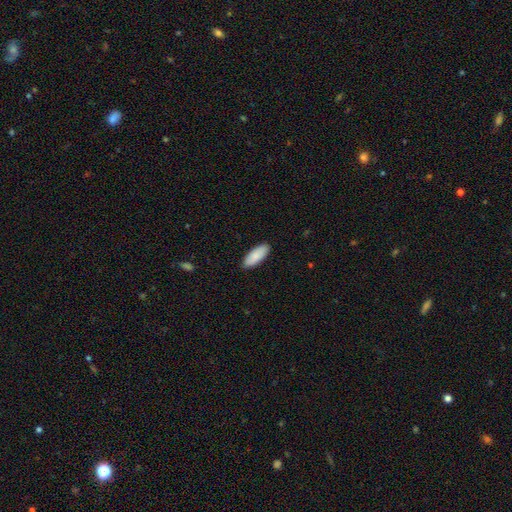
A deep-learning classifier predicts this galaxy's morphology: Smooth or featured? Predicted: smooth (p=0.88). How rounded? Predicted: in between (p=0.80). Merging? Predicted: none (p=0.89).